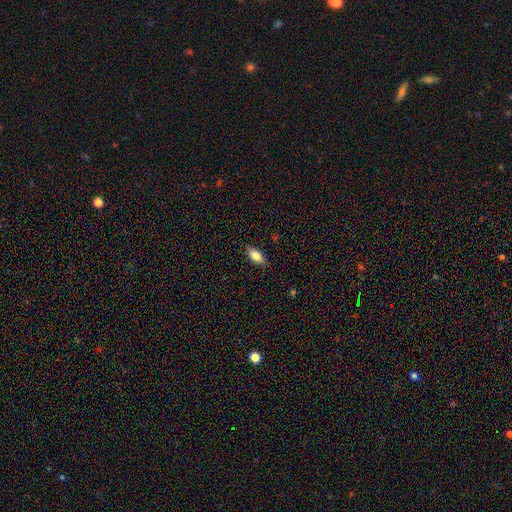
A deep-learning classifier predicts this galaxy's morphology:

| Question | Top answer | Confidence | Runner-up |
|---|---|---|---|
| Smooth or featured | smooth | 80% | featured or disk (13%) |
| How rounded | in between | 83% | cigar-shaped (14%) |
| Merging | none | 85% | minor disturbance (11%) |